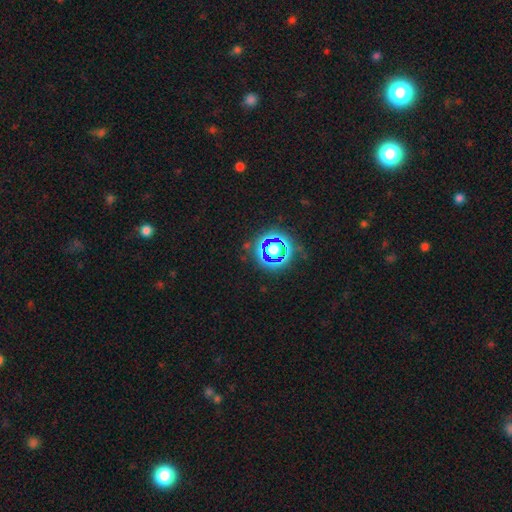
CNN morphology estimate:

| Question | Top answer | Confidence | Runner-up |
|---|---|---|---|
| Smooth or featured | star or artifact | 75% | smooth (18%) |